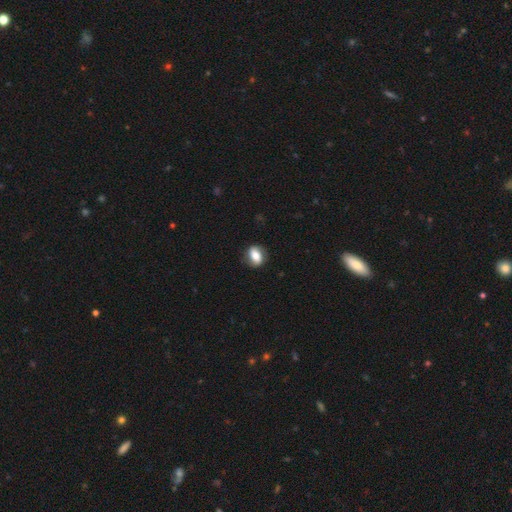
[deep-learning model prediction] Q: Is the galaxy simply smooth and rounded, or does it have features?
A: smooth — 57%.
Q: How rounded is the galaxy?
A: in between — 67%.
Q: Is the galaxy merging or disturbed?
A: none — 80%.